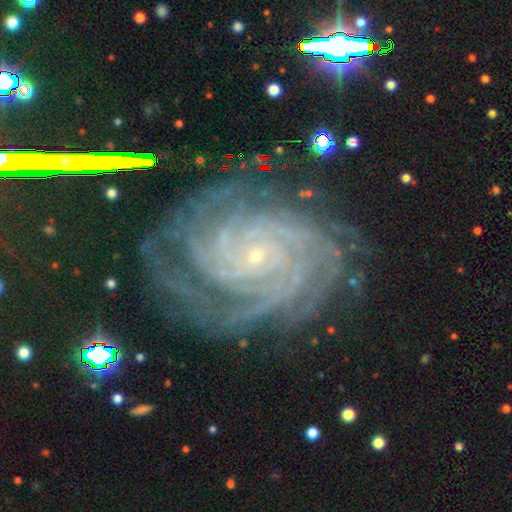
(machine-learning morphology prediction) This appears to be a featured or disk galaxy (89%) with no bar (74%), 4 (26%) tight (80%) spiral arms (99%) and a small central bulge (89%). Merging: none (76%).